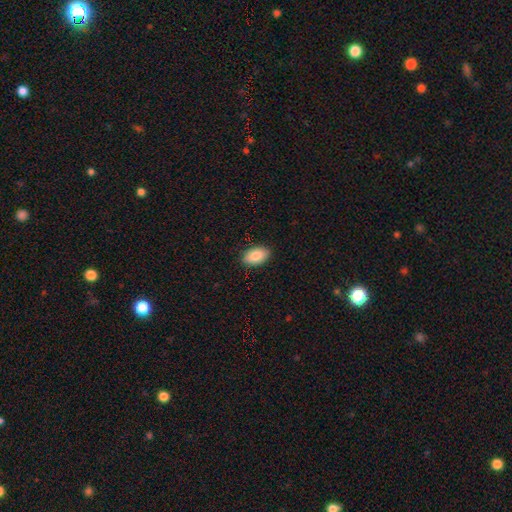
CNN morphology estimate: A smooth galaxy with no disk features (85%) that is in between round and cigar-shaped (92%). Merging: none (90%).